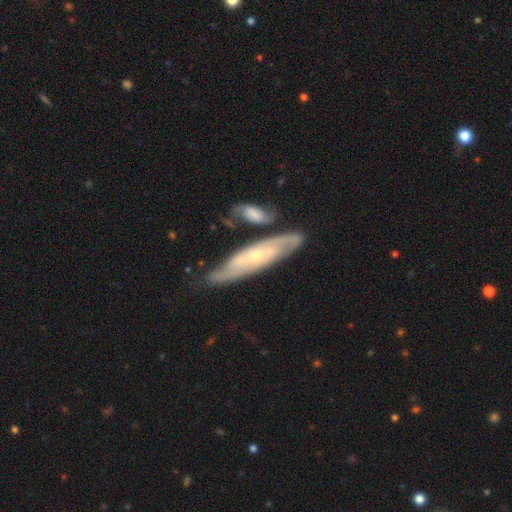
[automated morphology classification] Overall: featured or disk (71%). Edge-on disk: no (71%). Bar: no (67%). Spiral arms: yes (86%). Bulge size: small (63%; moderate 32%). Merging: none (63%).